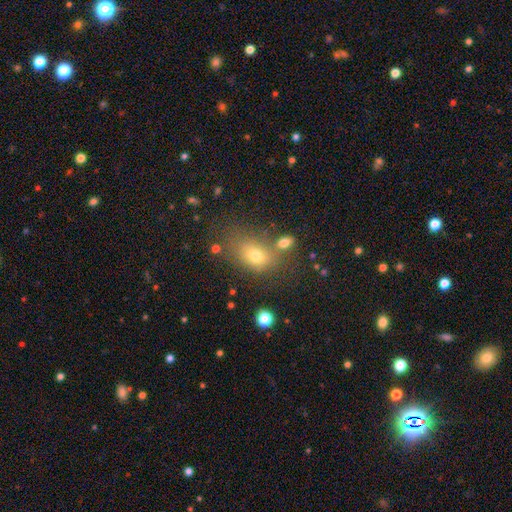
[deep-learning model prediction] The model was most divided on "merging": none: 55%, merger: 18%, minor disturbance: 18%, major disturbance: 9%. More confident: how rounded — in between (75%); smooth or featured — smooth (72%).